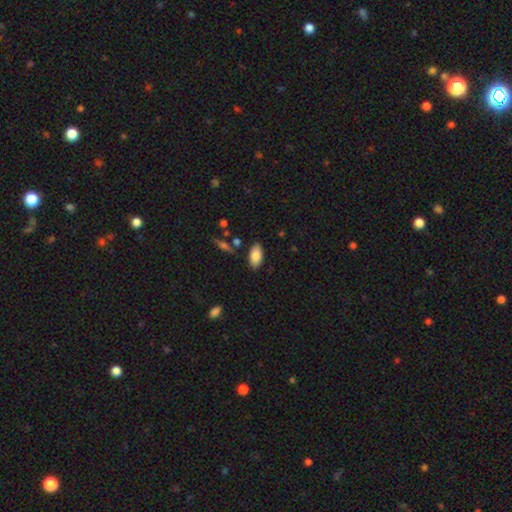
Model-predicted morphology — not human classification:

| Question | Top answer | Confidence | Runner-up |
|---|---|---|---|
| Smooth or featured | smooth | 84% | featured or disk (9%) |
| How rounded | in between | 93% | cigar-shaped (4%) |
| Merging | none | 84% | minor disturbance (11%) |